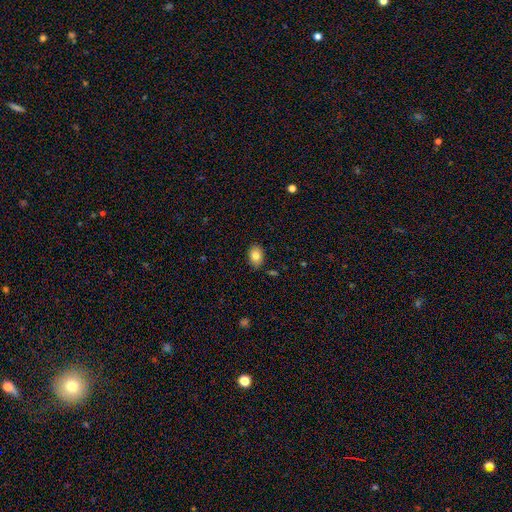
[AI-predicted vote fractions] Q: Smooth or featured?
A: smooth (82%); runner-up: featured or disk (10%)
Q: How rounded?
A: in between (78%); runner-up: round (21%)
Q: Merging?
A: none (86%); runner-up: minor disturbance (11%)